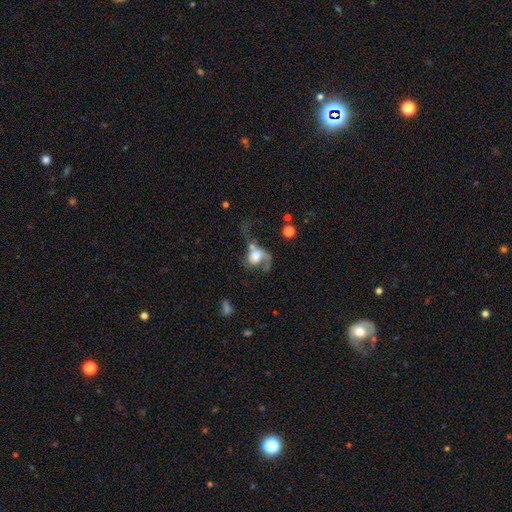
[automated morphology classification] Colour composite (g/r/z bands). It shows a featured or disk galaxy (52%) with no bar (74%), spiral arms (72%) and a large central bulge (43%). Merging: major disturbance (47%).